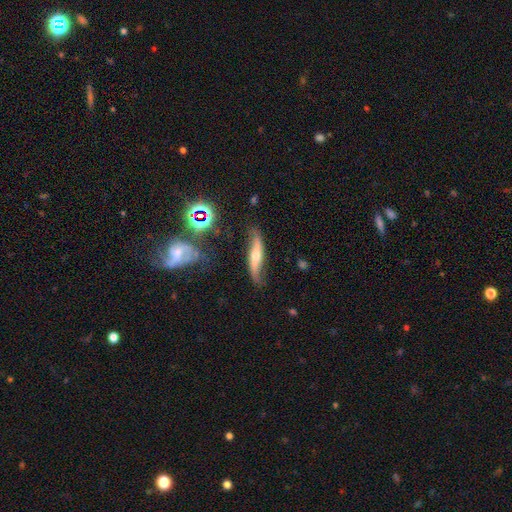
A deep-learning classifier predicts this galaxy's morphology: This is likely a featured or disk galaxy (67%). It is possibly viewed edge-on (53%). Merging: likely none (68%).